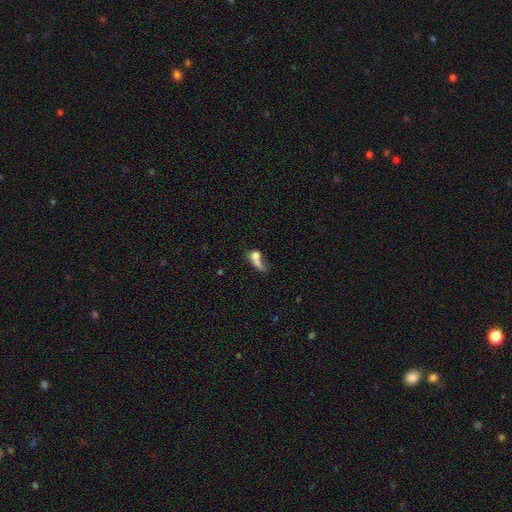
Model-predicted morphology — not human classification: Smooth or featured: smooth — 63% (featured or disk — 25%)
How rounded: in between — 59% (round — 24%)
Merging: merger — 46% (major disturbance — 22%)